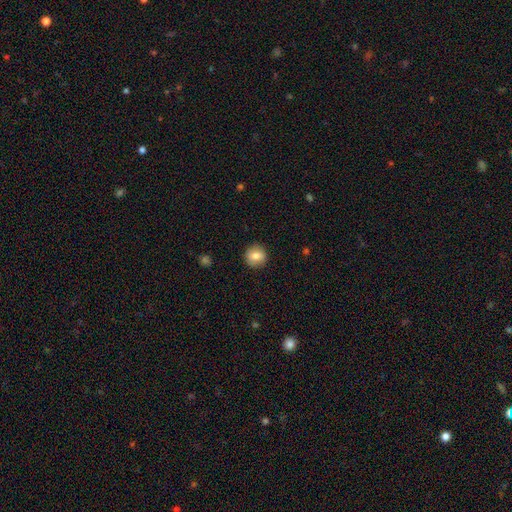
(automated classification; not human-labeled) This appears to be a smooth galaxy with no disk features (78%) that is round (92%). Merging: none (91%).